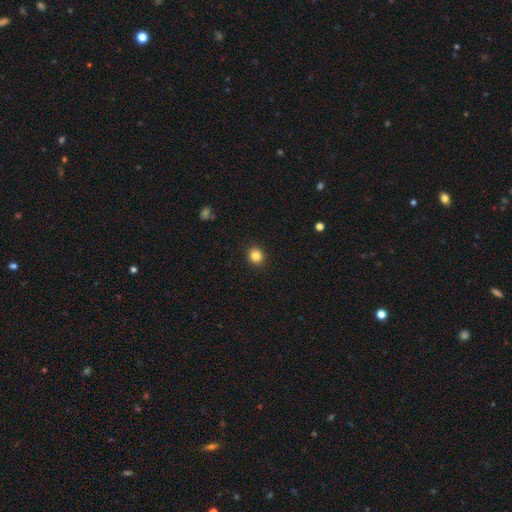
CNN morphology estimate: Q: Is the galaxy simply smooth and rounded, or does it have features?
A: smooth — 84%.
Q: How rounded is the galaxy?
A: round — 89%.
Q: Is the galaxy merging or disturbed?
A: none — 92%.